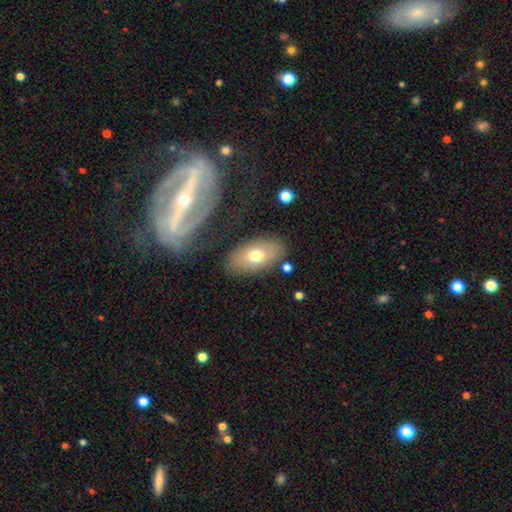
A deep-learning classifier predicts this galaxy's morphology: Smooth or featured? Predicted: smooth (p=0.65). How rounded? Predicted: in between (p=0.93). Merging? Predicted: none (p=0.78).